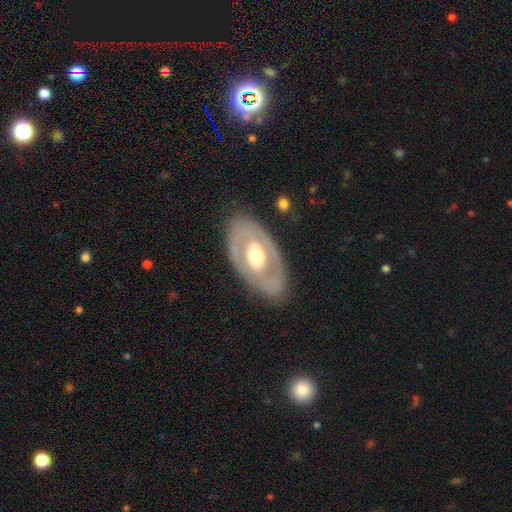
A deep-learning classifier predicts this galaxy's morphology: Smooth or featured? featured or disk (69%)
Edge-on disk? no (90%)
Bar? no (66%)
Spiral arms? no (70%)
Bulge size? moderate (65%)
Merging? none (79%)